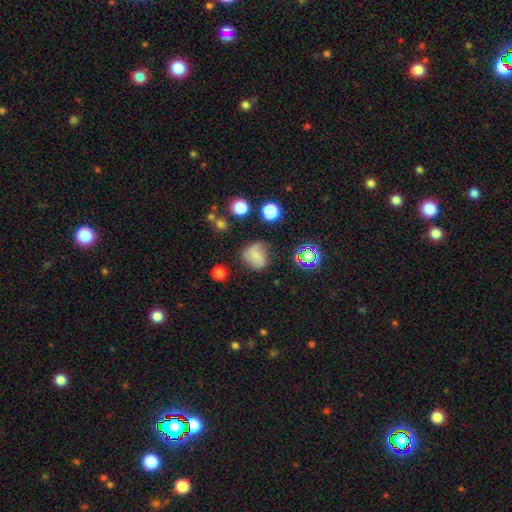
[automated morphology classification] type=smooth (65%); roundness=round (60%); merging=none (49%).